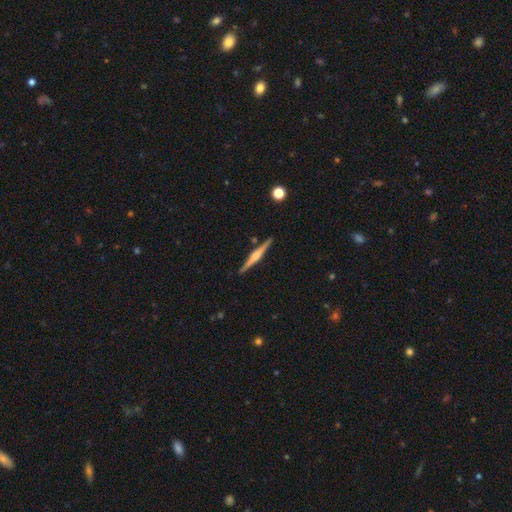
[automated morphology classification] Smooth or featured: featured or disk — 73% (smooth — 21%)
Edge-on disk: yes — 98% (no — 2%)
Edge-on bulge: rounded — 73% (boxy — 19%)
Merging: none — 90% (minor disturbance — 7%)